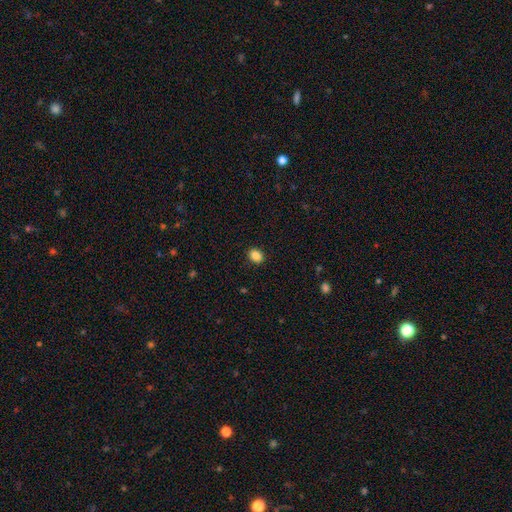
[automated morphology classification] Overall: smooth (87%). How rounded: in between (54%; round 45%). Merging: none (91%).